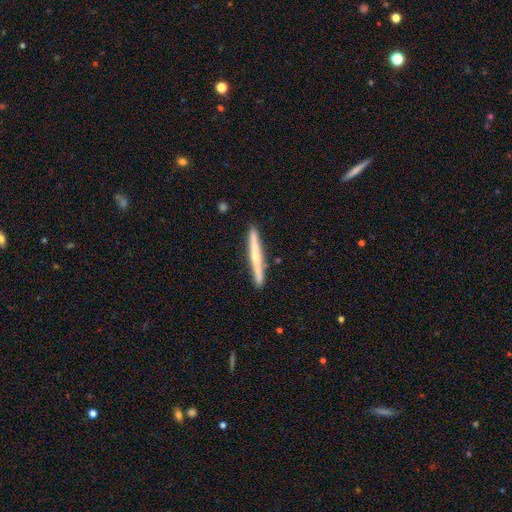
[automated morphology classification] A featured or disk galaxy (56%) viewed edge-on (97%) with a rounded central bulge (56%).

Vote fractions:
- Smooth or featured? featured or disk: 56% / smooth: 39% / star or artifact: 5%
- Edge-on disk? yes: 97% / no: 3%
- Edge-on bulge? rounded: 56% / none: 38% / boxy: 6%
- Merging? none: 90% / minor disturbance: 7% / merger: 2% / major disturbance: 1%